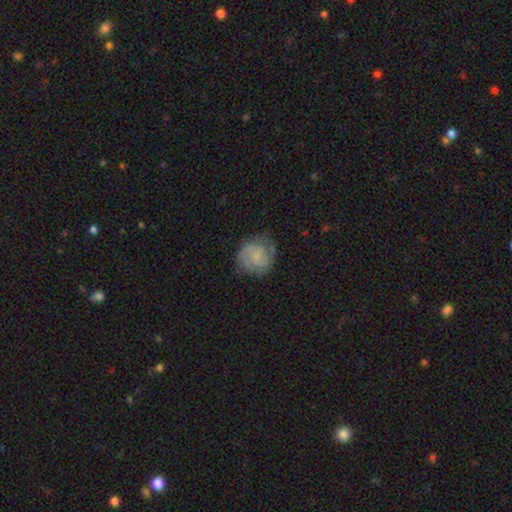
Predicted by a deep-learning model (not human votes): Overall: featured or disk (47%; smooth 45%). Merging: none (69%).